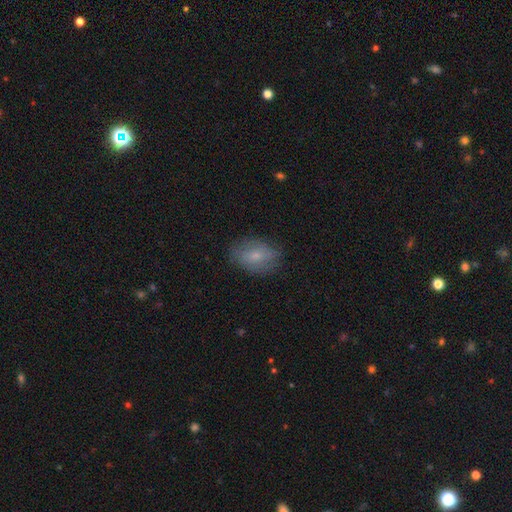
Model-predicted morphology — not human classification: Smooth or featured?
  - smooth: 67% *
  - featured or disk: 25%
  - star or artifact: 8%
How rounded?
  - in between: 79% *
  - round: 19%
  - cigar-shaped: 2%
Merging?
  - none: 77% *
  - minor disturbance: 17%
  - major disturbance: 5%
  - merger: 1%